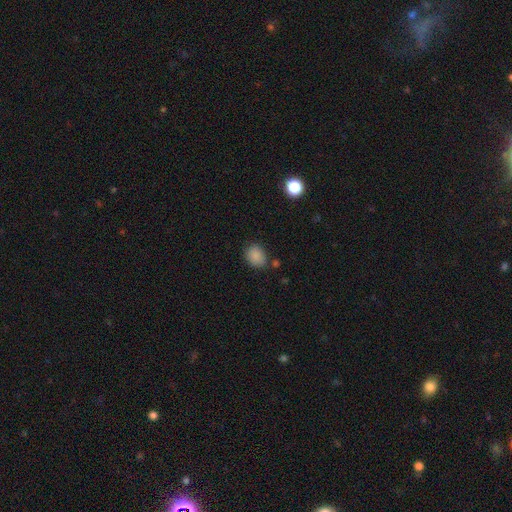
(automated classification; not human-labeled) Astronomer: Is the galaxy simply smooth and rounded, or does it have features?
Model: smooth — 86%.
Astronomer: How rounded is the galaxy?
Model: in between — 54% (runner-up: round, 45%).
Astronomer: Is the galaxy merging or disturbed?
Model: none — 76%.